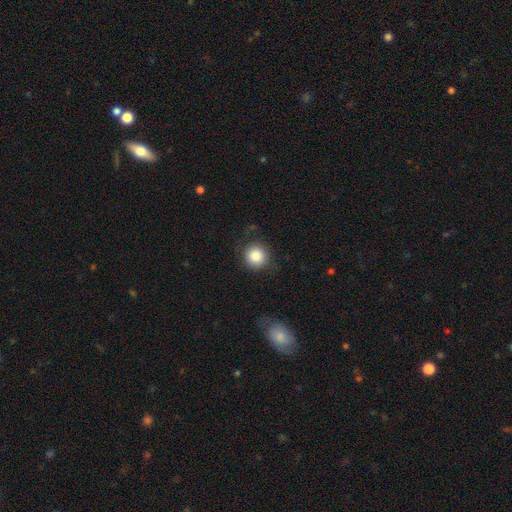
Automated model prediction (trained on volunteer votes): Morphology: type=smooth (85%); roundness=round (92%); merging=none (83%).